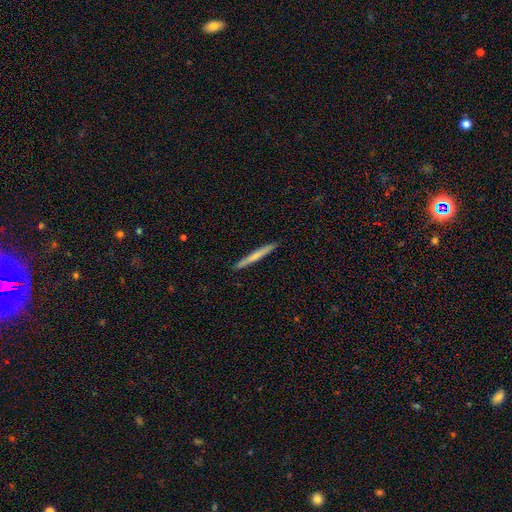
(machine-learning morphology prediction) This appears to be a smooth galaxy with no disk features (62%) that is cigar-shaped (97%). Merging: none (92%).